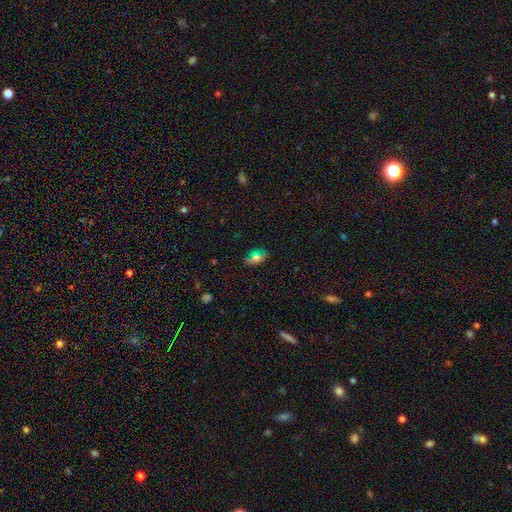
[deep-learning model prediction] The model was most divided on "smooth or featured": smooth: 57%, featured or disk: 22%, star or artifact: 21%. More confident: how rounded — in between (80%); merging — none (79%).